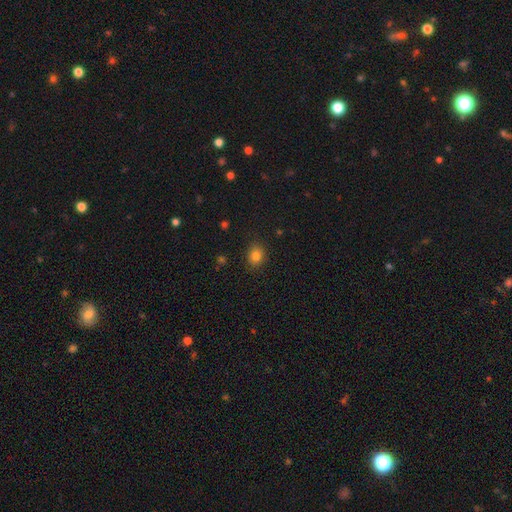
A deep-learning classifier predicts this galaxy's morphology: A smooth galaxy with no disk features (83%) that is round (56%).

Vote fractions:
- Smooth or featured? smooth: 83% / star or artifact: 12% / featured or disk: 5%
- How rounded? round: 56% / in between: 43% / cigar-shaped: 1%
- Merging? none: 85% / minor disturbance: 11% / major disturbance: 3% / merger: 1%